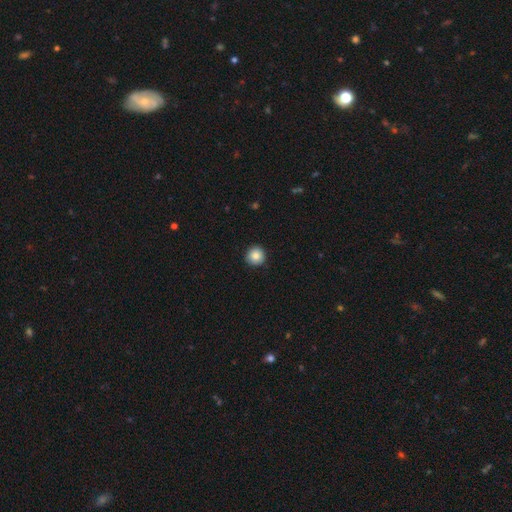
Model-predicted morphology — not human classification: Smooth or featured? smooth (86%)
How rounded? round (95%)
Merging? none (91%)